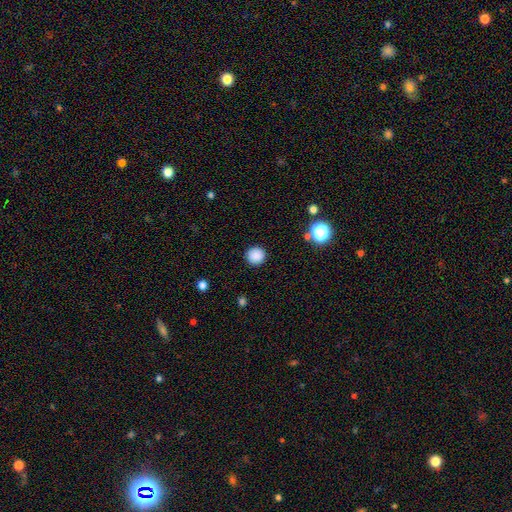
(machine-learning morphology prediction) Q: Smooth or featured?
A: smooth (86%); runner-up: star or artifact (11%)
Q: How rounded?
A: round (95%); runner-up: in between (4%)
Q: Merging?
A: none (92%); runner-up: minor disturbance (5%)